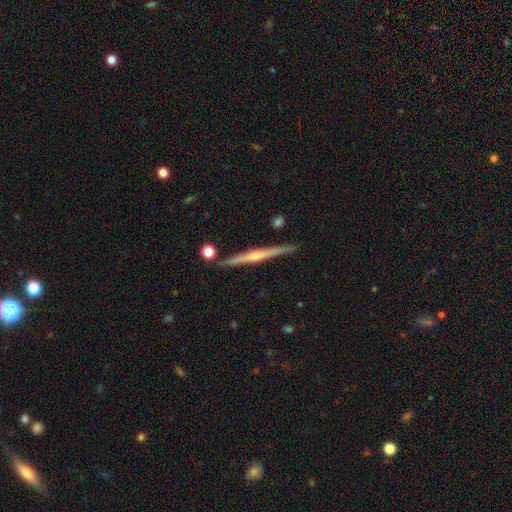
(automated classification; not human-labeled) Q: Smooth or featured?
A: featured or disk (71%); runner-up: smooth (23%)
Q: Edge-on disk?
A: yes (98%); runner-up: no (2%)
Q: Edge-on bulge?
A: rounded (63%); runner-up: none (27%)
Q: Merging?
A: none (88%); runner-up: minor disturbance (8%)